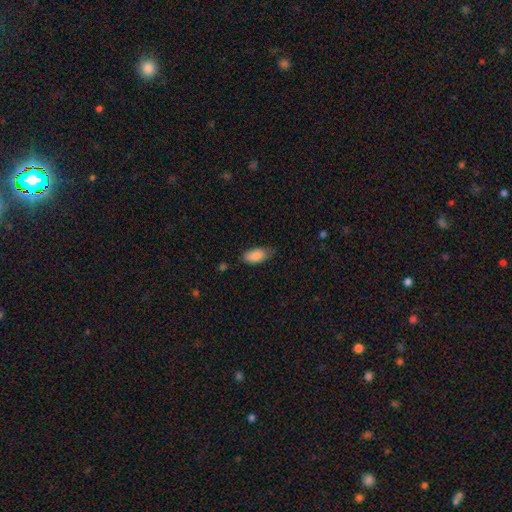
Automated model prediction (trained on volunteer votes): Smooth or featured? smooth (86%)
How rounded? in between (91%)
Merging? none (66%)